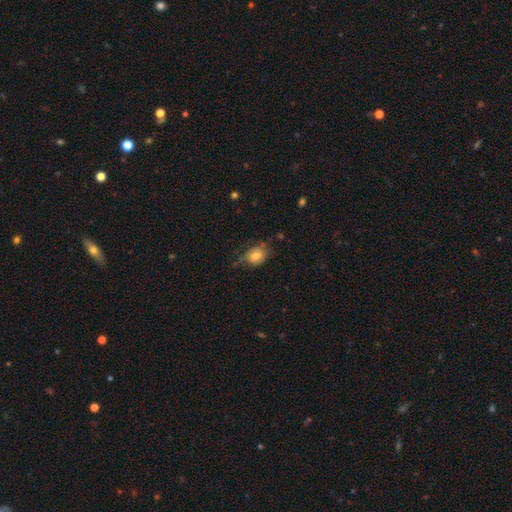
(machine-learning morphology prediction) smooth 71%, featured or disk 20%, star or artifact 9%. Down the decision tree: how rounded — in between (72%); merging — none (54%).